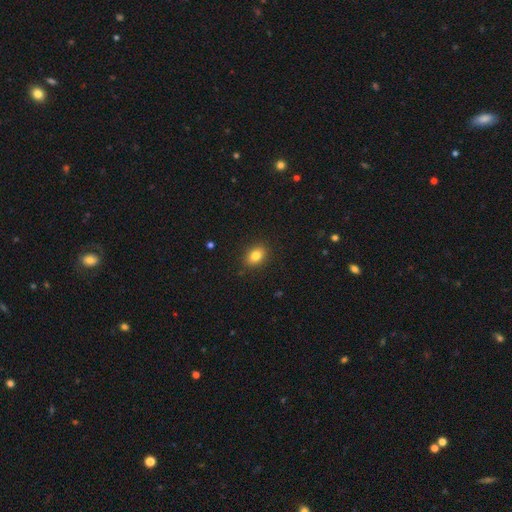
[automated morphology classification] smooth_or_featured: smooth (p=0.83) [alt: star or artifact p=0.10]
how_rounded: in between (p=0.72) [alt: round p=0.27]
merging: none (p=0.89) [alt: minor disturbance p=0.08]